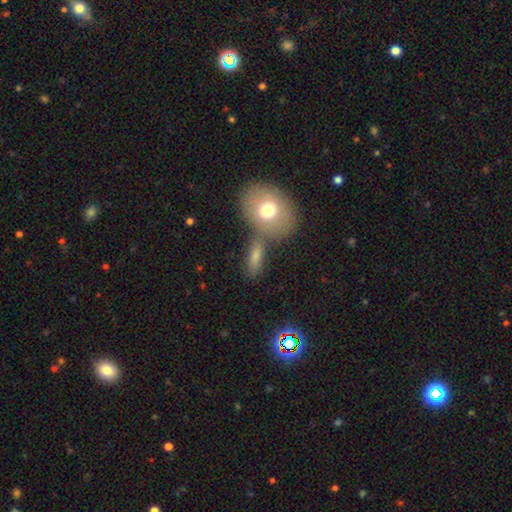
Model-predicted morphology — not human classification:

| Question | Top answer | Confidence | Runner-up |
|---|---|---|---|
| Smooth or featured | smooth | 64% | featured or disk (20%) |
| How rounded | in between | 66% | round (19%) |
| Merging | none | 55% | merger (28%) |